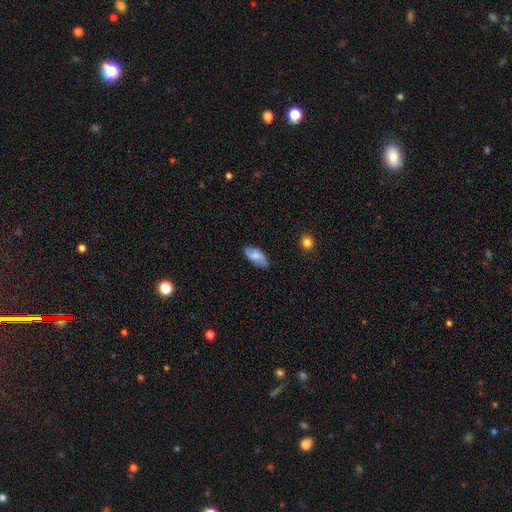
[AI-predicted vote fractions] Q: Smooth or featured?
A: smooth (58%); runner-up: featured or disk (34%)
Q: How rounded?
A: in between (91%); runner-up: cigar-shaped (6%)
Q: Merging?
A: none (80%); runner-up: minor disturbance (16%)